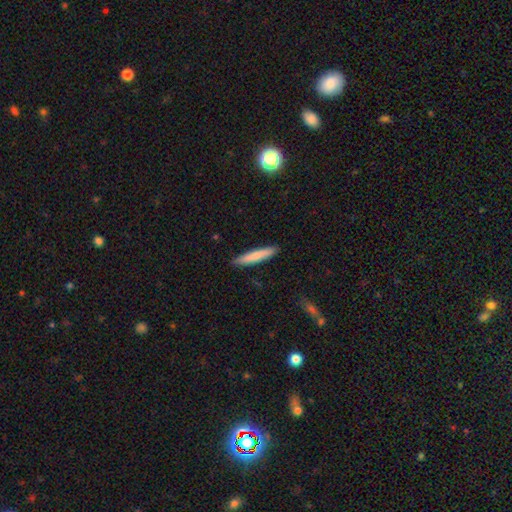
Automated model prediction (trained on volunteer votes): smooth_or_featured: smooth (p=0.78) [alt: featured or disk p=0.17]
how_rounded: cigar-shaped (p=0.92) [alt: in between p=0.06]
merging: none (p=0.91) [alt: minor disturbance p=0.07]